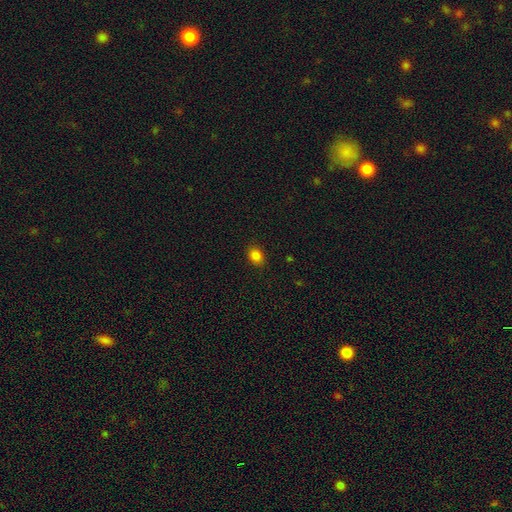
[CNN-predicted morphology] Smooth or featured: smooth — 83% (star or artifact — 12%)
How rounded: in between — 65% (round — 34%)
Merging: none — 88% (minor disturbance — 9%)